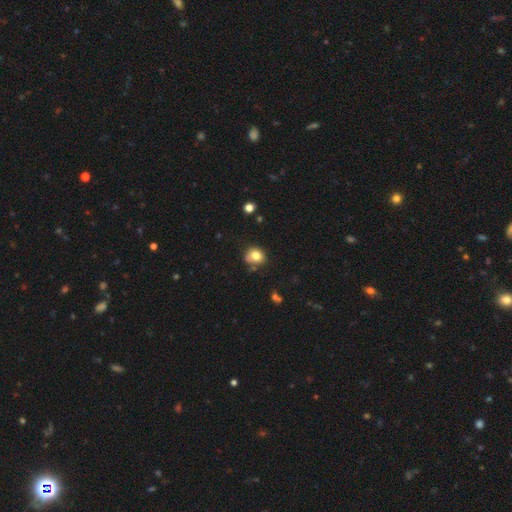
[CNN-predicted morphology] Smooth or featured? smooth (79%)
How rounded? round (71%)
Merging? none (64%)